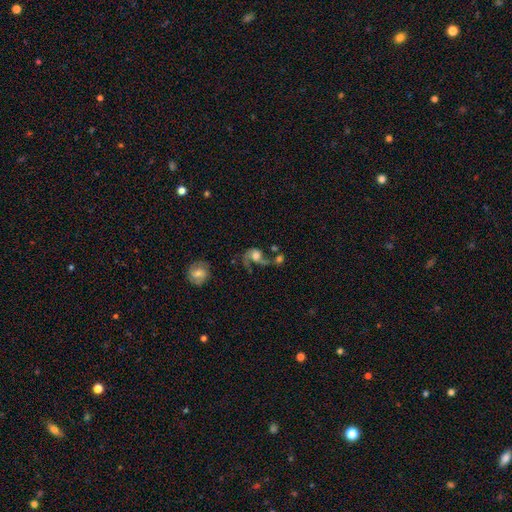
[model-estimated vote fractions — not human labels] featured or disk 71%, smooth 21%, star or artifact 9%. Down the decision tree: edge-on disk — no (97%); bar — no (67%); spiral arms — yes (90%); spiral arm count — 2 (65%); spiral winding — loose (59%); bulge size — moderate (42%); merging — major disturbance (31%).